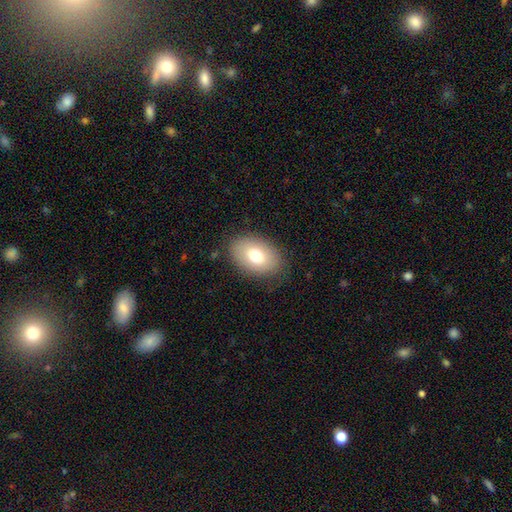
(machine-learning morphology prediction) smooth-or-featured: smooth: 74% | featured or disk: 18% | star or artifact: 9%
  how-rounded: in between: 85% | round: 14% | cigar-shaped: 1%
  merging: none: 83% | minor disturbance: 12% | major disturbance: 4% | merger: 1%